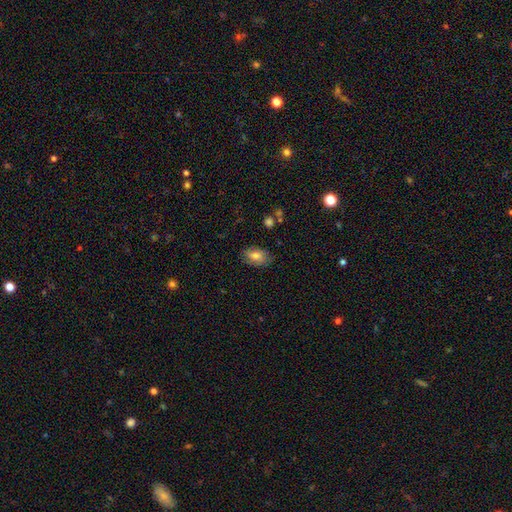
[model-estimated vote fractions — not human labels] smooth_or_featured: smooth (p=0.74) [alt: featured or disk p=0.18]
how_rounded: in between (p=0.87) [alt: round p=0.12]
merging: none (p=0.77) [alt: minor disturbance p=0.18]